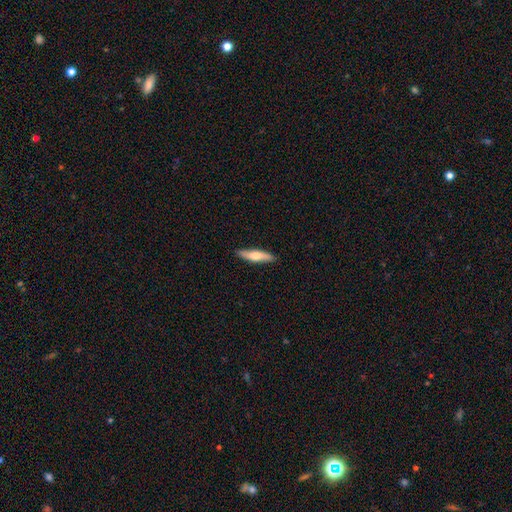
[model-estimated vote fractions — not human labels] Morphology: type=smooth (61%); roundness=cigar-shaped (78%); merging=none (88%).